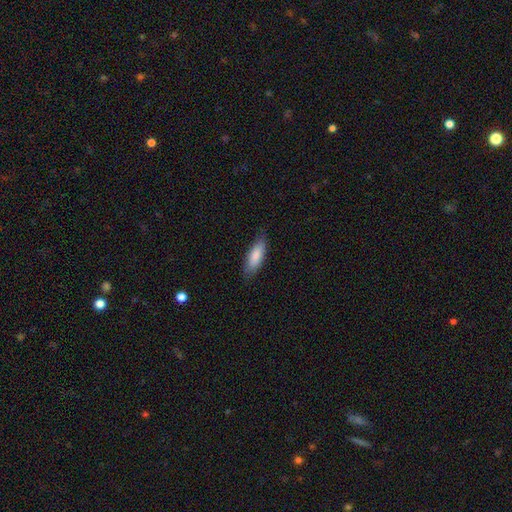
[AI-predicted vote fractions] smooth_or_featured: smooth (p=0.84) [alt: featured or disk p=0.11]
how_rounded: in between (p=0.60) [alt: cigar-shaped p=0.39]
merging: none (p=0.81) [alt: minor disturbance p=0.15]